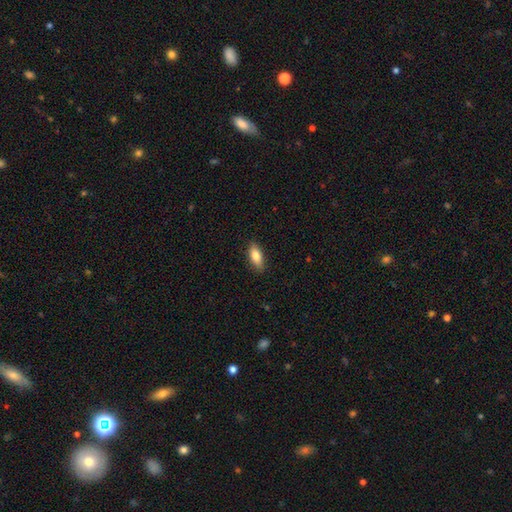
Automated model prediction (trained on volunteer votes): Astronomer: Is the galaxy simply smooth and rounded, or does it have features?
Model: smooth — 82%.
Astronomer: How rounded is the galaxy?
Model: in between — 83%.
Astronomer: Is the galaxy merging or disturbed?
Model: none — 88%.